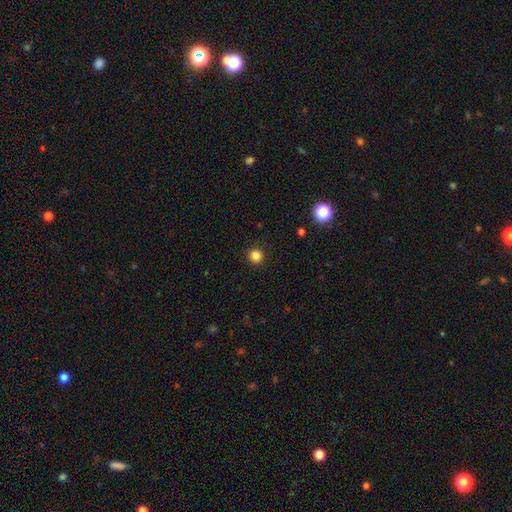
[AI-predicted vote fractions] Smooth or featured?
  - smooth: 83% *
  - star or artifact: 13%
  - featured or disk: 4%
How rounded?
  - round: 93% *
  - in between: 6%
  - cigar-shaped: 1%
Merging?
  - none: 92% *
  - minor disturbance: 5%
  - major disturbance: 2%
  - merger: 1%